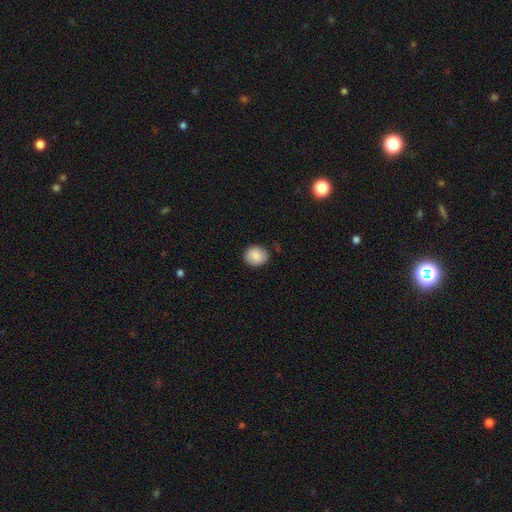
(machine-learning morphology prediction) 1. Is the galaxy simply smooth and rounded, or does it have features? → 85% smooth, 8% star or artifact, 7% featured or disk.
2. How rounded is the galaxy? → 75% round, 24% in between, 1% cigar-shaped.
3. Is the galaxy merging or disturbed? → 84% none, 12% minor disturbance, 2% major disturbance, 1% merger.